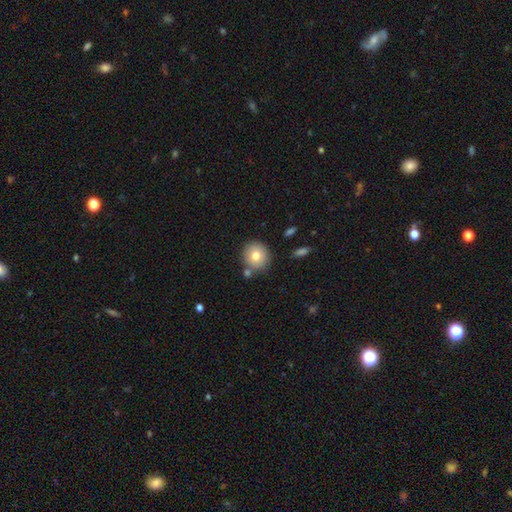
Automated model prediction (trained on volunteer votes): smooth_or_featured: smooth (p=0.76) [alt: featured or disk p=0.15]
how_rounded: round (p=0.91) [alt: in between p=0.08]
merging: none (p=0.76) [alt: merger p=0.11]